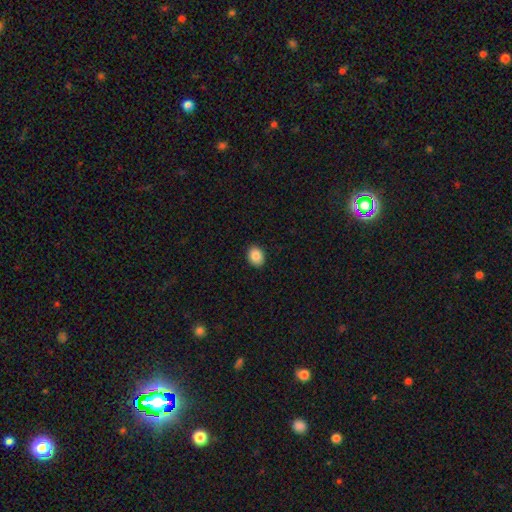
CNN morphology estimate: Q: Smooth or featured?
A: smooth (88%); runner-up: star or artifact (8%)
Q: How rounded?
A: in between (54%); runner-up: round (45%)
Q: Merging?
A: none (91%); runner-up: minor disturbance (7%)